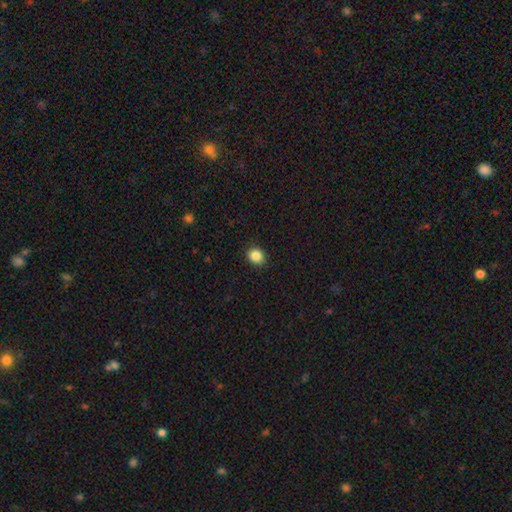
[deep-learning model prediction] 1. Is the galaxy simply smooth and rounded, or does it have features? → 87% smooth, 10% star or artifact, 4% featured or disk.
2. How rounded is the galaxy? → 69% round, 30% in between, 1% cigar-shaped.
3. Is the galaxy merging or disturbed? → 90% none, 7% minor disturbance, 2% major disturbance, 1% merger.